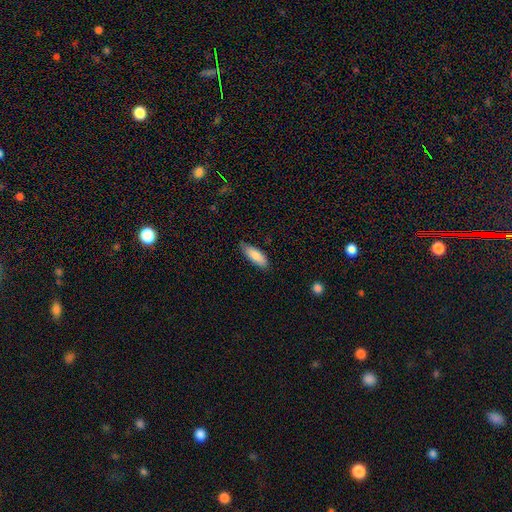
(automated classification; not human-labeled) smooth_or_featured: smooth (p=0.85) [alt: featured or disk p=0.09]
how_rounded: in between (p=0.69) [alt: cigar-shaped p=0.30]
merging: none (p=0.76) [alt: minor disturbance p=0.20]